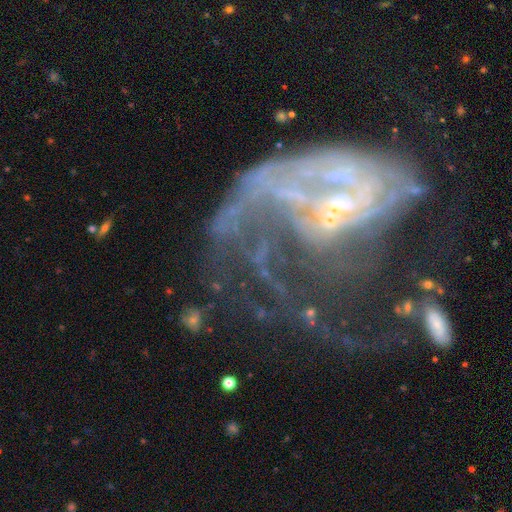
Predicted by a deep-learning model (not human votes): Smooth or featured: featured or disk — 79% (star or artifact — 12%)
Edge-on disk: no — 97% (yes — 3%)
Bar: no — 60% (weak — 28%)
Spiral arms: yes — 63% (no — 37%)
Bulge size: small — 39% (none — 27%)
Merging: major disturbance — 51% (merger — 25%)